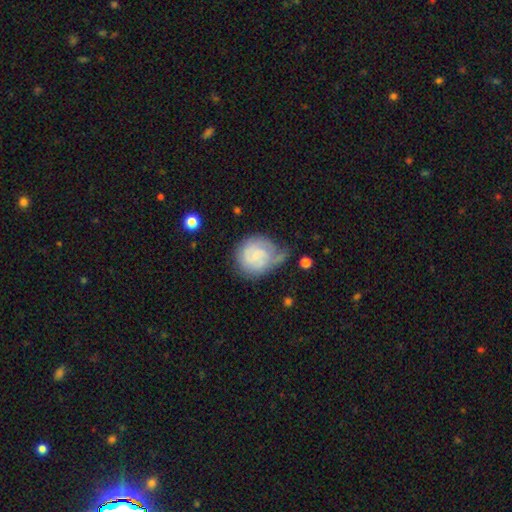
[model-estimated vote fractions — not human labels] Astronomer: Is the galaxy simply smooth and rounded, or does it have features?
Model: featured or disk — 55% (runner-up: smooth, 37%).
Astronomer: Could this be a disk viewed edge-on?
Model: no — 98%.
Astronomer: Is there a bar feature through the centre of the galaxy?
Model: no — 54% (runner-up: weak, 39%).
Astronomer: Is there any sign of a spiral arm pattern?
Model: yes — 84%.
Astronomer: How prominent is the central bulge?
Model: small — 46% (runner-up: none, 35%).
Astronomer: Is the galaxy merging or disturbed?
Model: none — 43% (runner-up: minor disturbance, 31%).